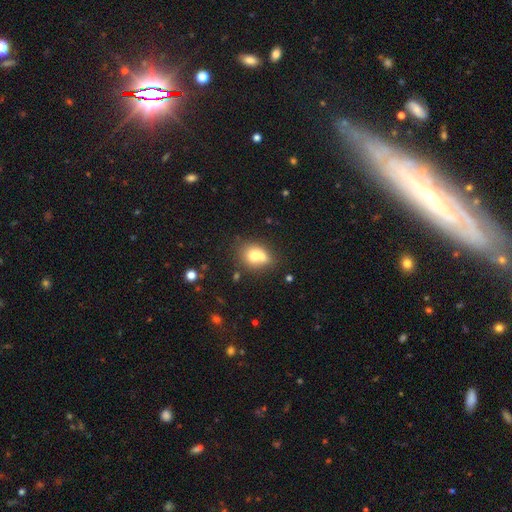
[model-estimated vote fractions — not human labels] This is likely a smooth galaxy (69%). How rounded: possibly round (60%). Merging: possibly merger (51%).